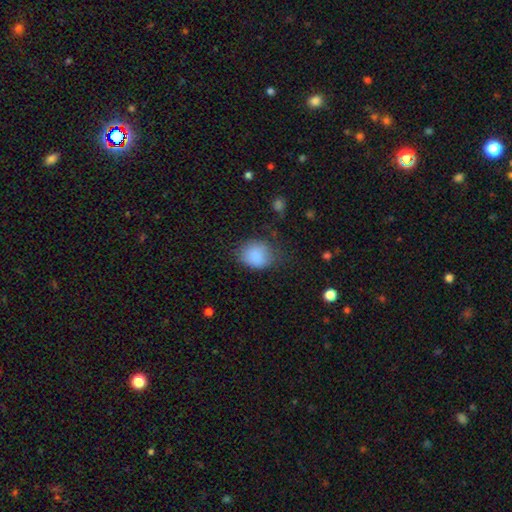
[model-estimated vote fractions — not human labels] Smooth or featured?
  - smooth: 86% *
  - star or artifact: 9%
  - featured or disk: 6%
How rounded?
  - round: 62% *
  - in between: 37%
  - cigar-shaped: 1%
Merging?
  - none: 61% *
  - minor disturbance: 26%
  - major disturbance: 11%
  - merger: 2%